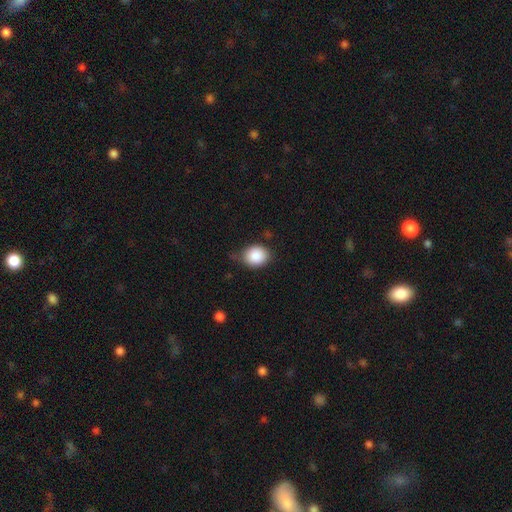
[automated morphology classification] Q: Smooth or featured?
A: smooth (88%); runner-up: star or artifact (8%)
Q: How rounded?
A: round (63%); runner-up: in between (36%)
Q: Merging?
A: none (63%); runner-up: minor disturbance (28%)